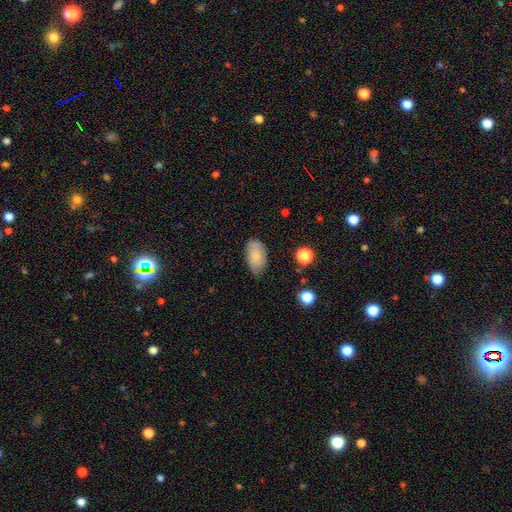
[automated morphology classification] smooth-or-featured: smooth: 80% | featured or disk: 12% | star or artifact: 7%
  how-rounded: in between: 94% | round: 4% | cigar-shaped: 2%
  merging: none: 72% | minor disturbance: 23% | major disturbance: 4% | merger: 1%